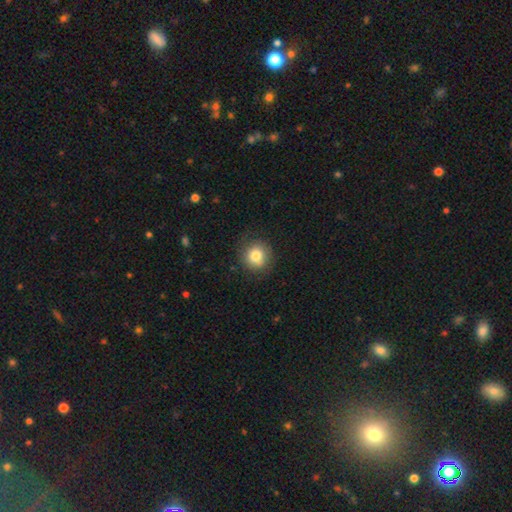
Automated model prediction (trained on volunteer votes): A smooth galaxy with no disk features (79%) that is round (88%).

Vote fractions:
- Smooth or featured? smooth: 79% / featured or disk: 11% / star or artifact: 10%
- How rounded? round: 88% / in between: 11% / cigar-shaped: 1%
- Merging? none: 81% / minor disturbance: 13% / major disturbance: 4% / merger: 1%